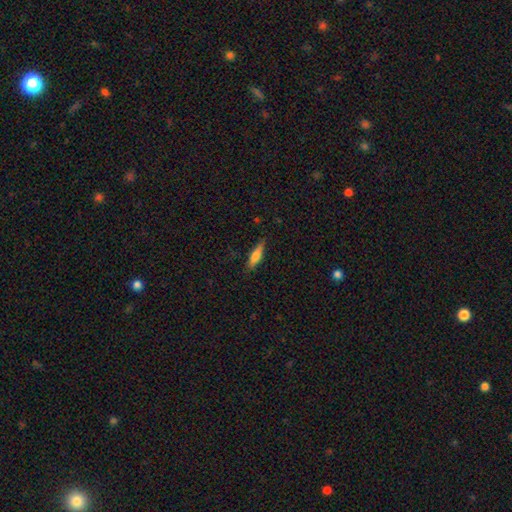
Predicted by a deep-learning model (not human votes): smooth_or_featured: smooth (p=0.56) [alt: featured or disk p=0.37]
how_rounded: cigar-shaped (p=0.71) [alt: in between p=0.27]
merging: none (p=0.84) [alt: minor disturbance p=0.12]